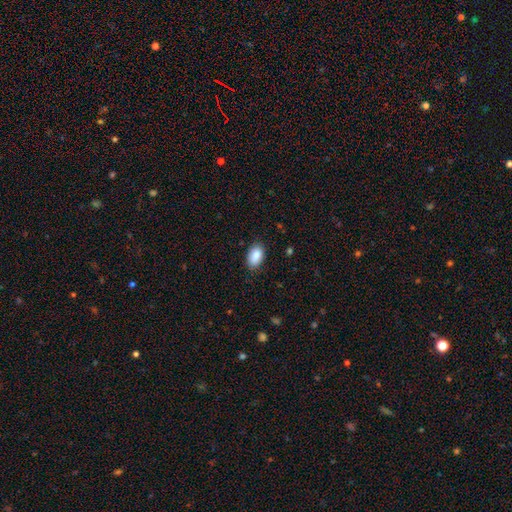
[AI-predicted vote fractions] Q: Smooth or featured?
A: smooth (89%); runner-up: star or artifact (7%)
Q: How rounded?
A: in between (92%); runner-up: round (7%)
Q: Merging?
A: none (86%); runner-up: minor disturbance (11%)